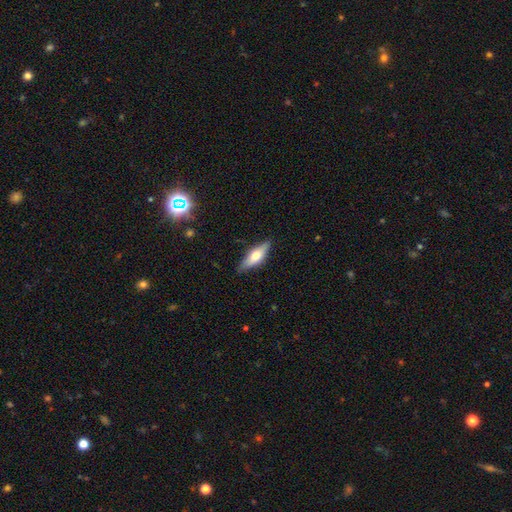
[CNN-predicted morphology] A smooth galaxy with no disk features (49%). Merging: none (83%).